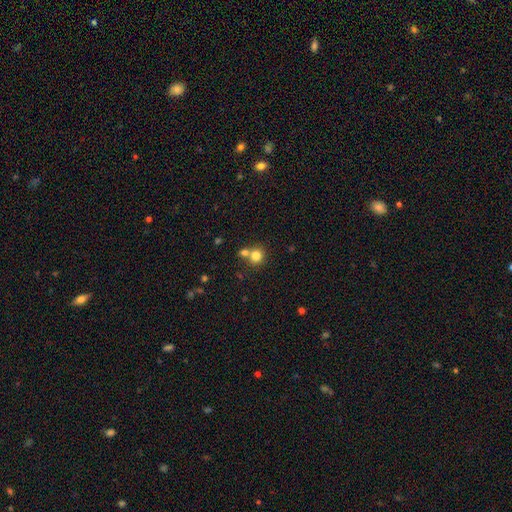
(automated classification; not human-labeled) Smooth or featured: smooth — 80% (star or artifact — 12%)
How rounded: round — 87% (in between — 12%)
Merging: none — 55% (merger — 35%)